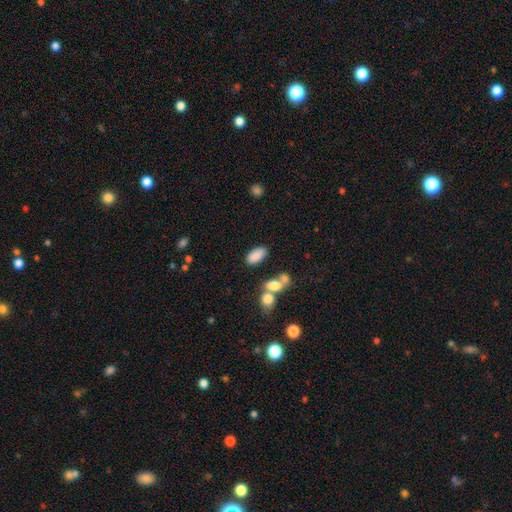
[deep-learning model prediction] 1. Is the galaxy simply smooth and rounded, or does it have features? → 86% smooth, 9% star or artifact, 6% featured or disk.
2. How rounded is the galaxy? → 91% in between, 5% cigar-shaped, 4% round.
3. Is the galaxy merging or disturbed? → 72% none, 13% minor disturbance, 11% merger, 5% major disturbance.